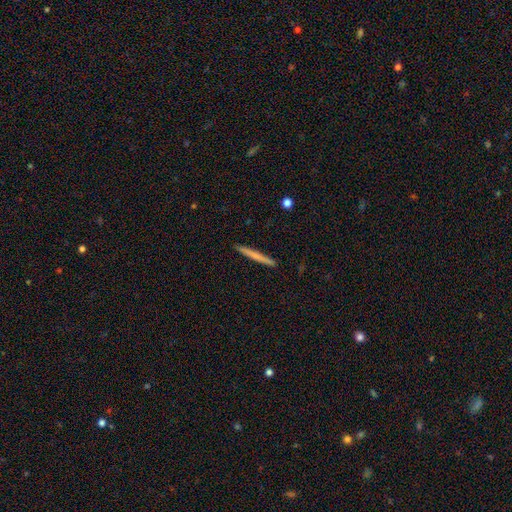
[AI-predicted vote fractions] This appears to be a smooth galaxy with no disk features (62%) that is cigar-shaped (97%). Merging: none (93%).